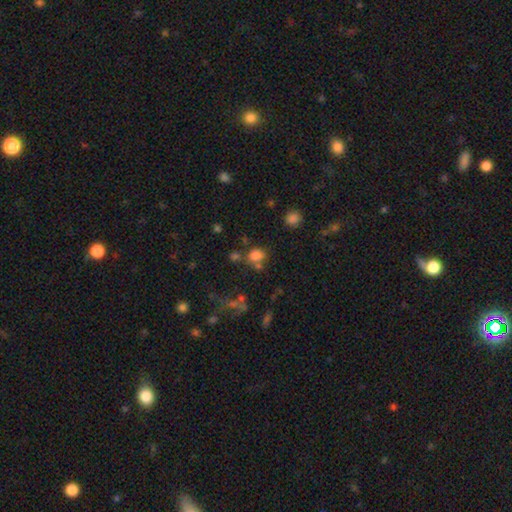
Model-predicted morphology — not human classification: Smooth or featured: smooth — 76% (star or artifact — 16%)
How rounded: round — 55% (in between — 44%)
Merging: none — 58% (merger — 21%)